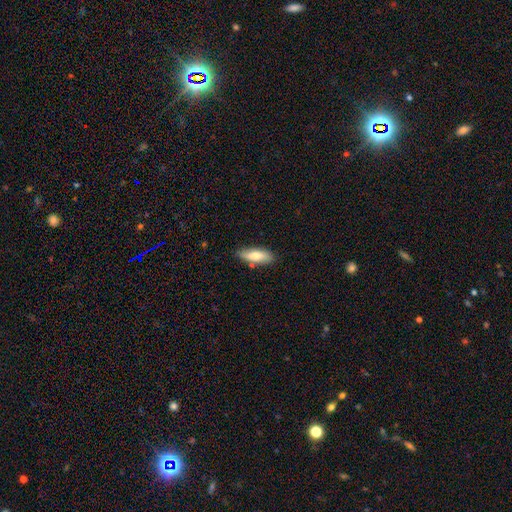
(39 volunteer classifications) This appears to be a smooth galaxy with no disk features (74%) that is in between round and cigar-shaped (76%). Merging: none (85%).